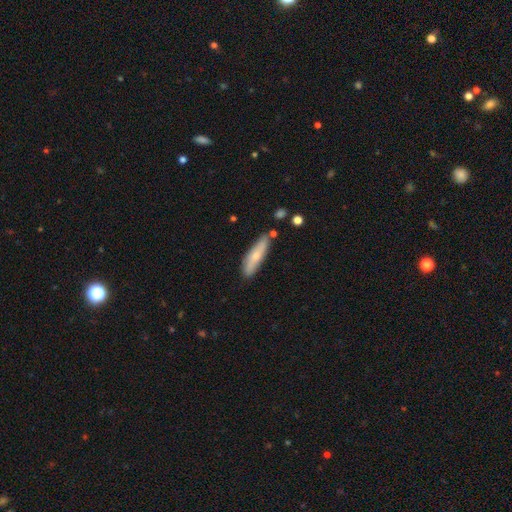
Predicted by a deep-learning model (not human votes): This is likely a smooth galaxy (61%). How rounded: likely cigar-shaped (71%). Merging: likely none (77%).